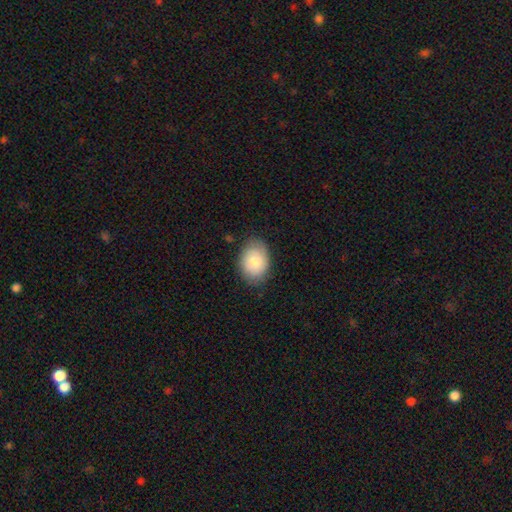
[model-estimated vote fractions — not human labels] Smooth or featured? Predicted: smooth (p=0.68). How rounded? Predicted: in between (p=0.71). Merging? Predicted: none (p=0.83).